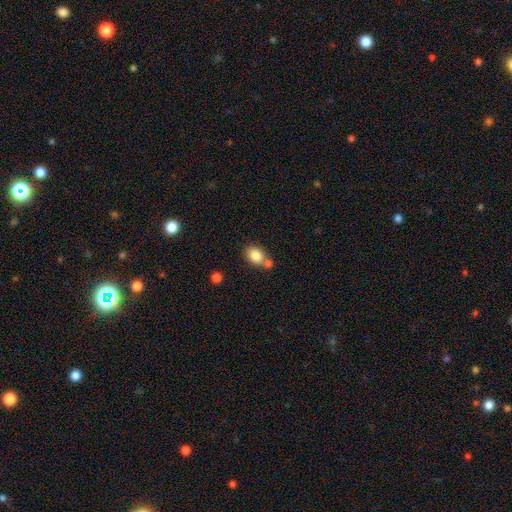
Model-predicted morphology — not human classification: This appears to be a smooth galaxy with no disk features (83%) that is in between round and cigar-shaped (62%). Merging: none (56%).